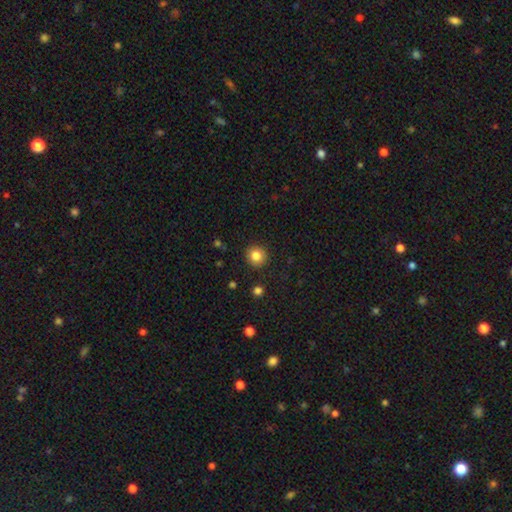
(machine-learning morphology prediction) The model was most divided on "smooth or featured": smooth: 83%, star or artifact: 10%, featured or disk: 6%. More confident: how rounded — round (92%); merging — none (91%).